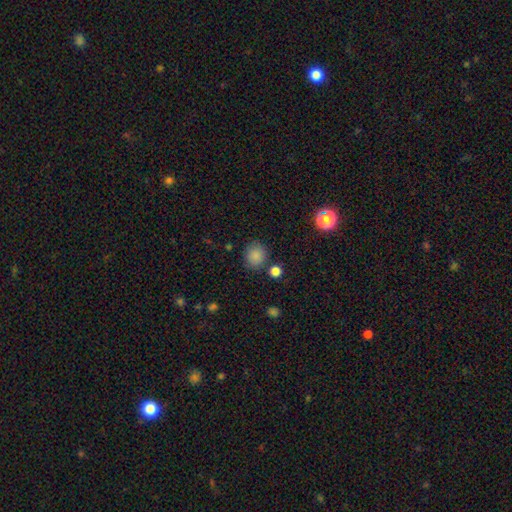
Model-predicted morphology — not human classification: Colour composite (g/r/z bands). It shows a smooth galaxy with no disk features (85%) that is round (80%). Merging: none (82%).